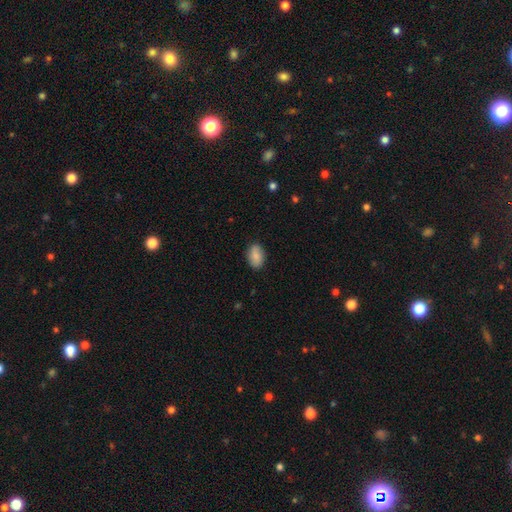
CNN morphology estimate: Smooth or featured: smooth — 83% (featured or disk — 11%)
How rounded: in between — 88% (round — 10%)
Merging: none — 86% (minor disturbance — 11%)